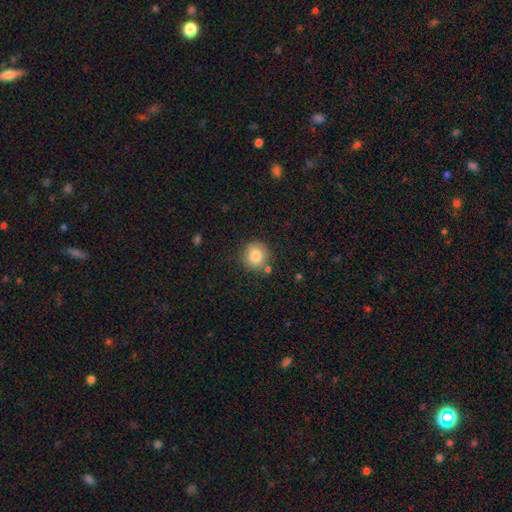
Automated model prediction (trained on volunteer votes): Q: Smooth or featured?
A: smooth (83%); runner-up: star or artifact (9%)
Q: How rounded?
A: round (89%); runner-up: in between (10%)
Q: Merging?
A: none (80%); runner-up: minor disturbance (12%)